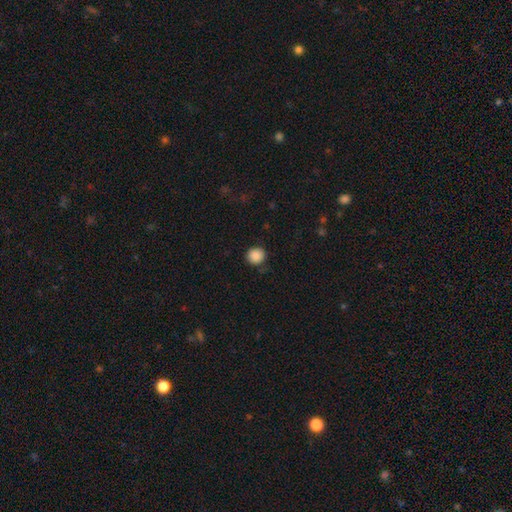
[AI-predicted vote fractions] smooth 88%, star or artifact 9%, featured or disk 3%. Down the decision tree: how rounded — round (91%); merging — none (85%).